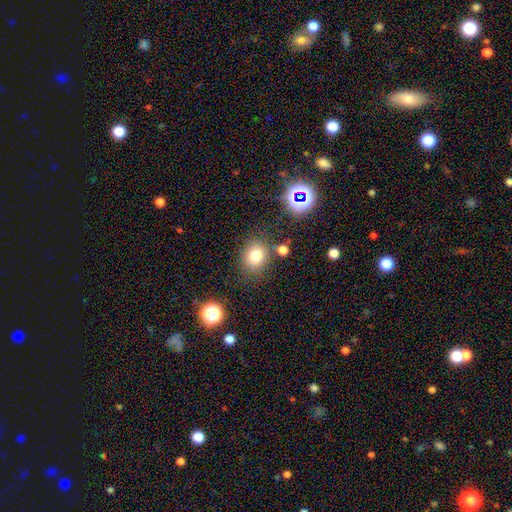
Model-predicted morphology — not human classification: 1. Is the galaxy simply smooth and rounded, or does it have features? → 77% smooth, 14% star or artifact, 8% featured or disk.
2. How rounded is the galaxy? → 68% round, 32% in between, 1% cigar-shaped.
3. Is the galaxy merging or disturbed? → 77% none, 13% minor disturbance, 6% merger, 5% major disturbance.